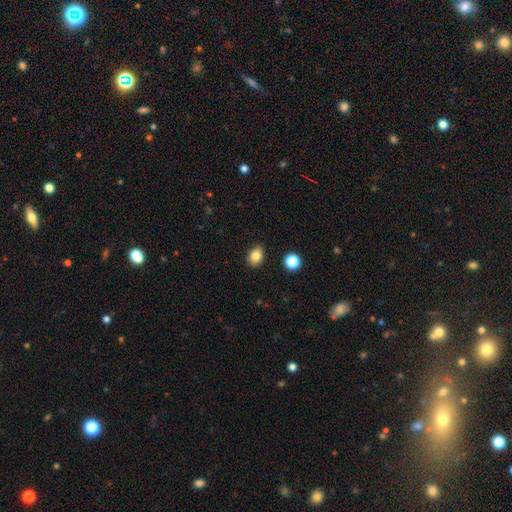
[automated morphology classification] Smooth or featured? Predicted: smooth (p=0.83). How rounded? Predicted: in between (p=0.64). Merging? Predicted: none (p=0.86).